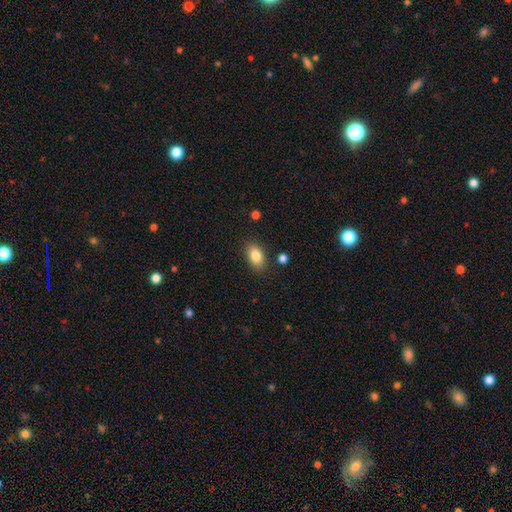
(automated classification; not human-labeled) Smooth or featured? smooth (84%)
How rounded? in between (86%)
Merging? none (83%)